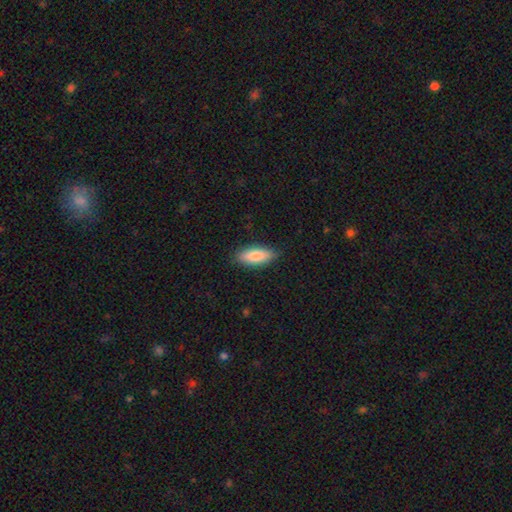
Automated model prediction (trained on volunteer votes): This appears to be a smooth galaxy with no disk features (79%) that is in between round and cigar-shaped (70%). Merging: none (85%).